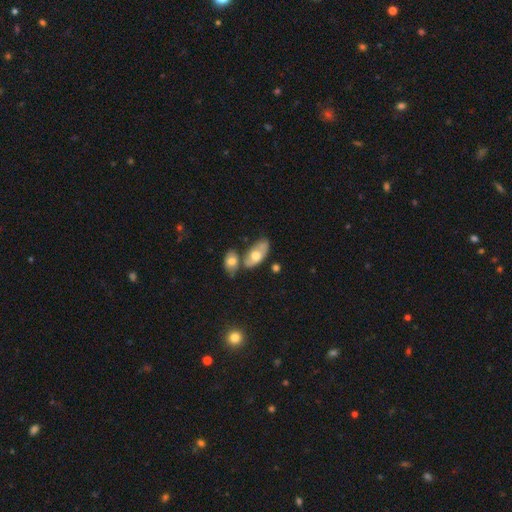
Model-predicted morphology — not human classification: Smooth or featured: smooth — 58% (featured or disk — 36%)
How rounded: in between — 90% (cigar-shaped — 6%)
Merging: none — 44% (merger — 33%)